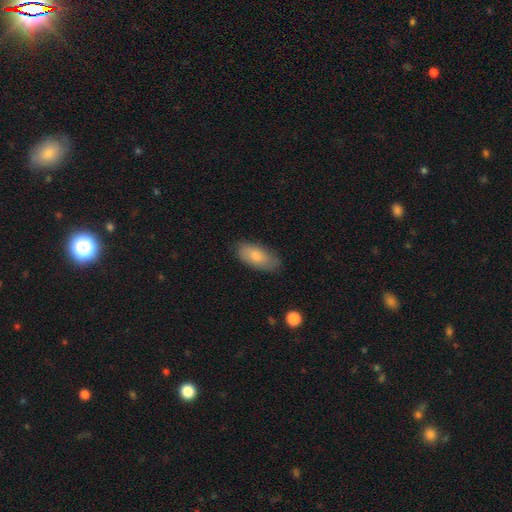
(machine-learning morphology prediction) type=smooth (78%); roundness=in between (90%); merging=none (76%).